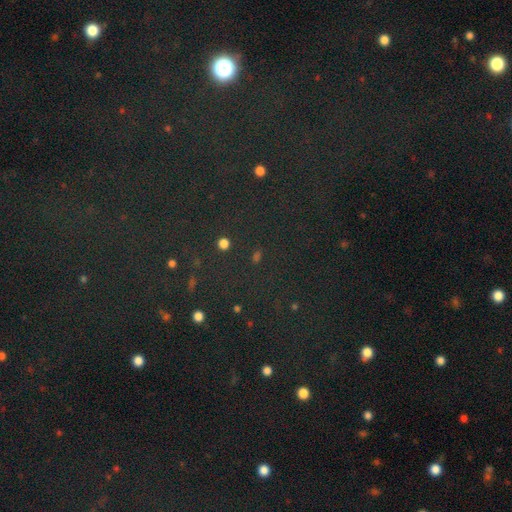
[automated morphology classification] star or artifact 76%, smooth 16%, featured or disk 8%.